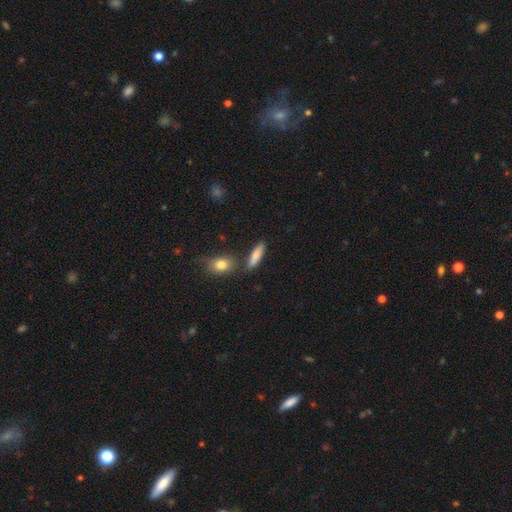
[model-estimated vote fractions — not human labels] Smooth or featured: smooth — 78% (featured or disk — 15%)
How rounded: cigar-shaped — 59% (in between — 38%)
Merging: none — 75% (minor disturbance — 12%)